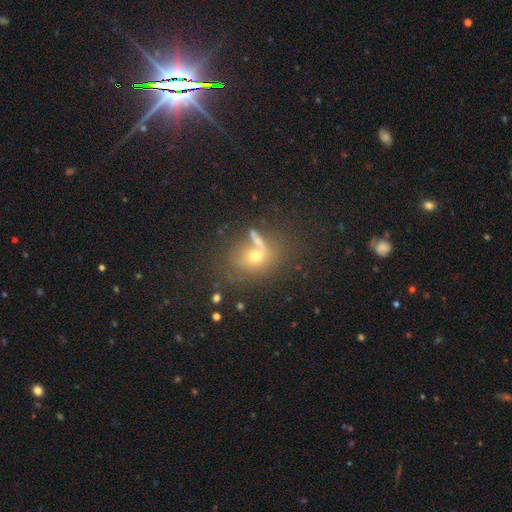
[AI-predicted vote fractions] This appears to be a smooth galaxy with no disk features (59%) that is round (58%). Merging: none (47%).